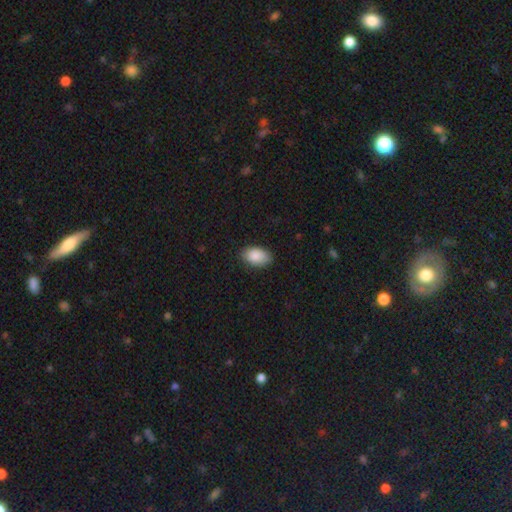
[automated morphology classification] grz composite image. It shows a smooth galaxy with no disk features (89%) that is in between round and cigar-shaped (93%). Merging: none (85%).